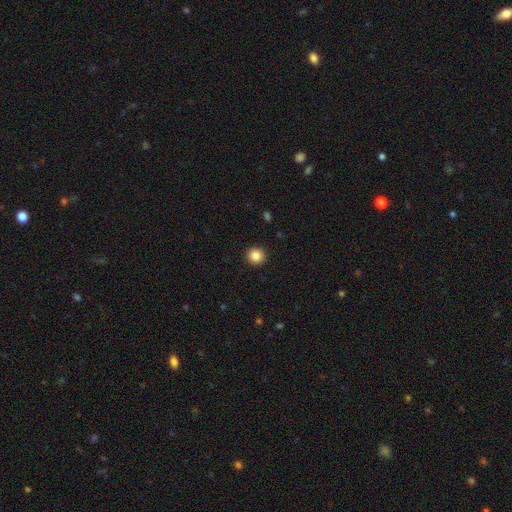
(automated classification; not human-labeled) Smooth or featured?
  - smooth: 86% *
  - star or artifact: 10%
  - featured or disk: 4%
How rounded?
  - round: 94% *
  - in between: 5%
  - cigar-shaped: 1%
Merging?
  - none: 93% *
  - minor disturbance: 4%
  - major disturbance: 2%
  - merger: 1%